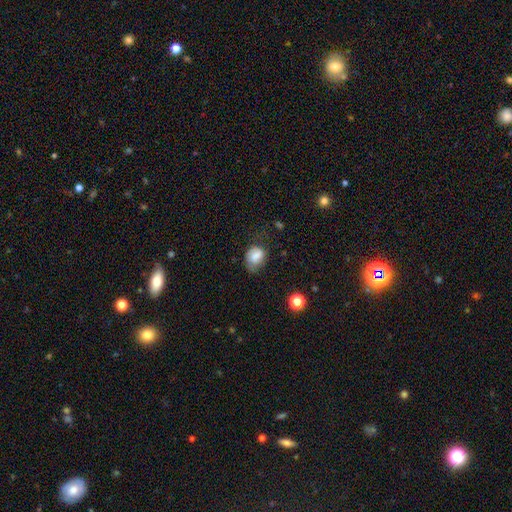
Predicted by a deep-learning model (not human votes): smooth_or_featured: smooth (p=0.76) [alt: featured or disk p=0.15]
how_rounded: in between (p=0.60) [alt: round p=0.39]
merging: none (p=0.47) [alt: minor disturbance p=0.35]